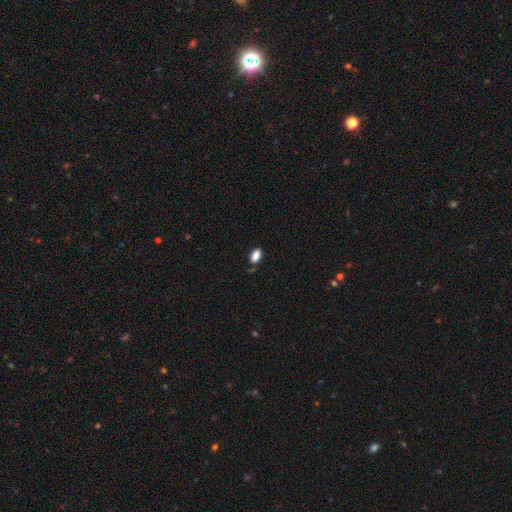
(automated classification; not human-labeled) This is clearly a smooth galaxy (86%). How rounded: clearly in between (91%). Merging: clearly none (81%).